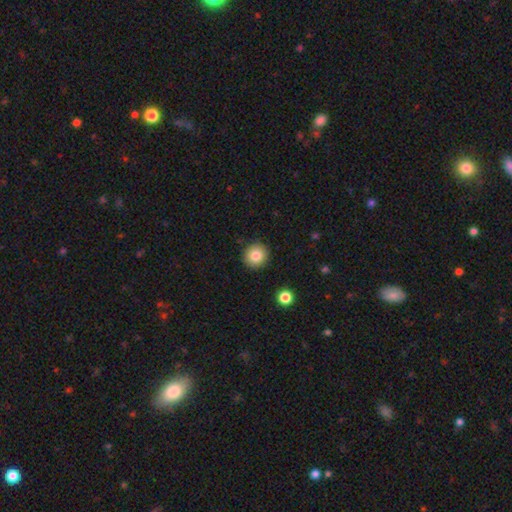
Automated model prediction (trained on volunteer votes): A smooth galaxy with no disk features (82%) that is round (92%). Merging: none (91%).